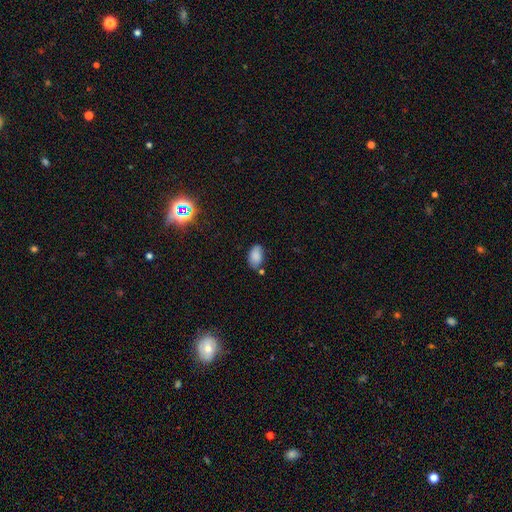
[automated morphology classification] Smooth or featured? smooth (84%)
How rounded? in between (92%)
Merging? none (70%)